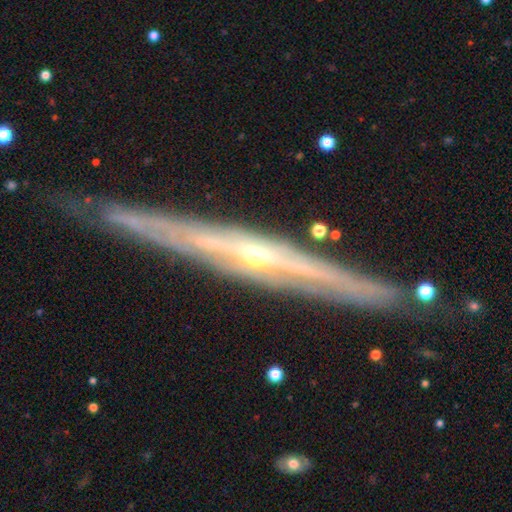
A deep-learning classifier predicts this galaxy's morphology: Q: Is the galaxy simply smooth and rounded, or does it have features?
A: featured or disk — 82%.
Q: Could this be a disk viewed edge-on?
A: yes — 89%.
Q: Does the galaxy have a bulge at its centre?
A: rounded — 64%.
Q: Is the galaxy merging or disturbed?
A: none — 83%.